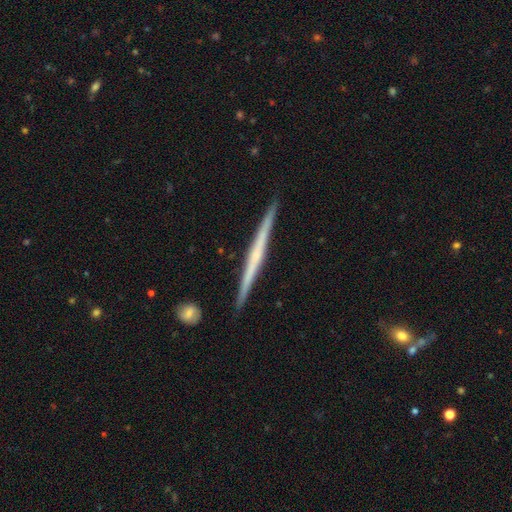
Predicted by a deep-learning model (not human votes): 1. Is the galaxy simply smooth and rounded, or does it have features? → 67% featured or disk, 28% smooth, 5% star or artifact.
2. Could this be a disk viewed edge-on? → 98% yes, 2% no.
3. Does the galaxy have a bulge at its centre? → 74% none, 19% rounded, 7% boxy.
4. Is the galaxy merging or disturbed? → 91% none, 6% minor disturbance, 1% merger, 1% major disturbance.